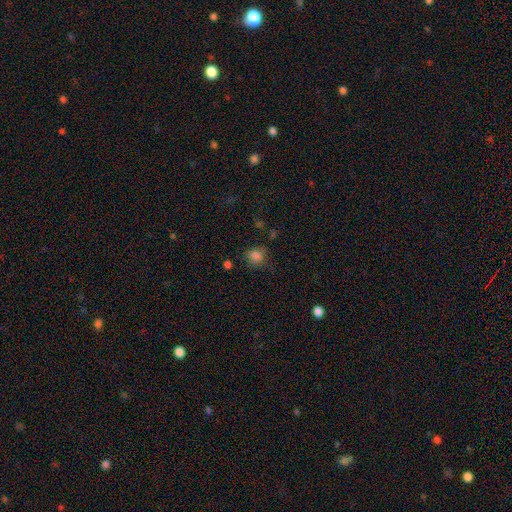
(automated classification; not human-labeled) Smooth or featured? smooth (80%)
How rounded? round (76%)
Merging? none (68%)